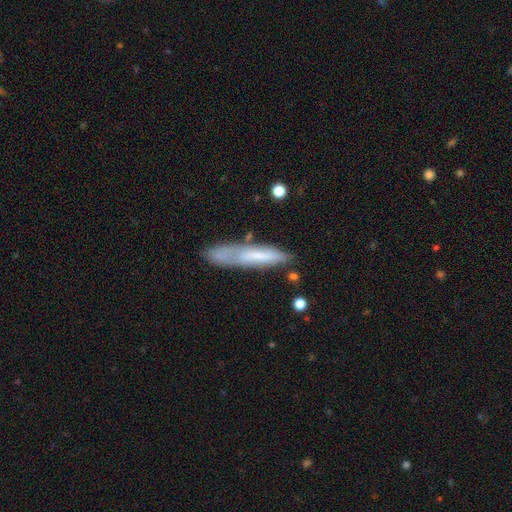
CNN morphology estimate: The model was most divided on "smooth or featured": smooth: 60%, featured or disk: 33%, star or artifact: 7%. More confident: how rounded — cigar-shaped (86%); merging — none (60%).